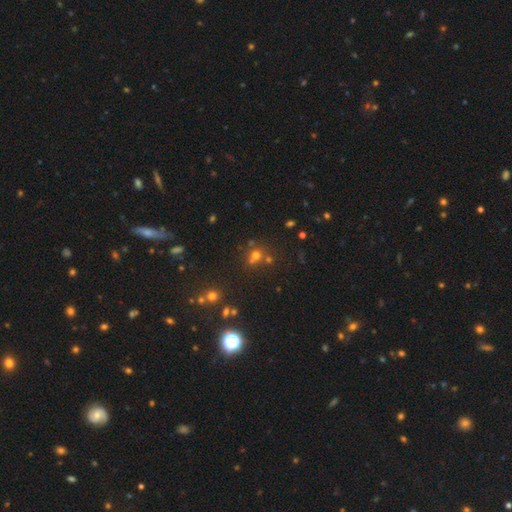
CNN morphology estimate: The model was most divided on "merging": none: 56%, merger: 31%, minor disturbance: 9%, major disturbance: 4%. More confident: how rounded — round (85%); smooth or featured — smooth (57%).